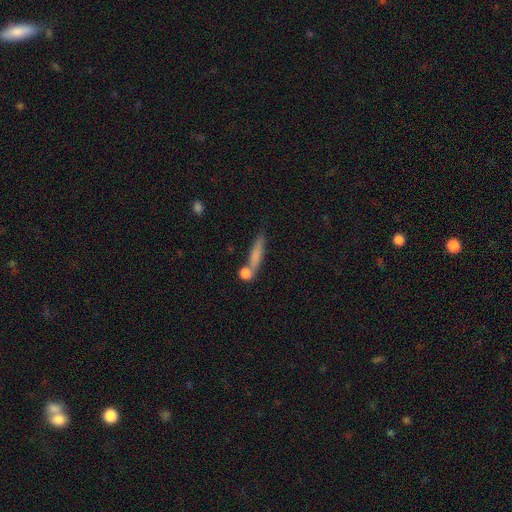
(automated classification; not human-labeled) smooth 71%, featured or disk 20%, star or artifact 8%. Down the decision tree: how rounded — cigar-shaped (79%); merging — none (59%).